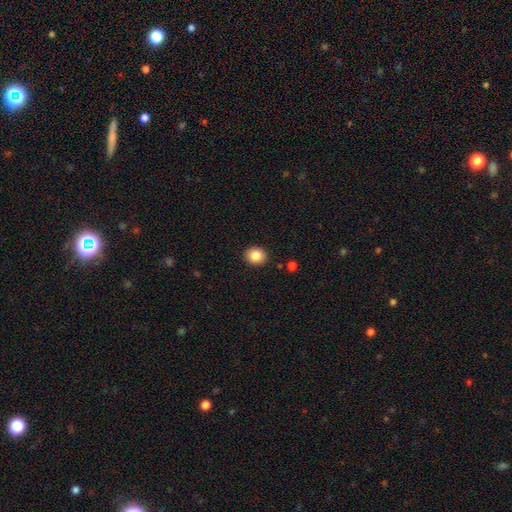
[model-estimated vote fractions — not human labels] A smooth galaxy with no disk features (85%) that is round (72%).

Vote fractions:
- Smooth or featured? smooth: 85% / star or artifact: 9% / featured or disk: 5%
- How rounded? round: 72% / in between: 27% / cigar-shaped: 1%
- Merging? none: 91% / minor disturbance: 6% / major disturbance: 2% / merger: 1%